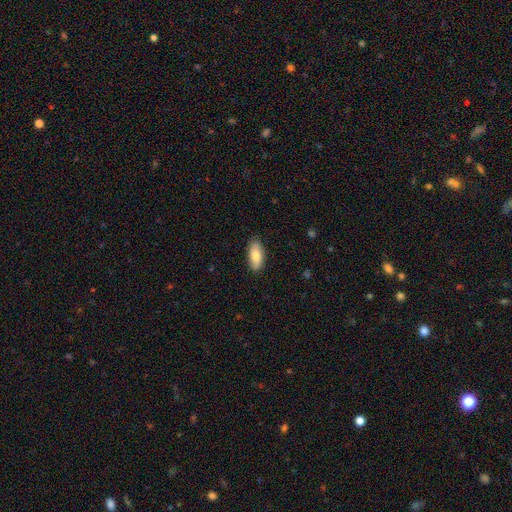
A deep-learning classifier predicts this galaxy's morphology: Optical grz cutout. It shows a smooth galaxy with no disk features (79%) that is in between round and cigar-shaped (87%). Merging: none (86%).